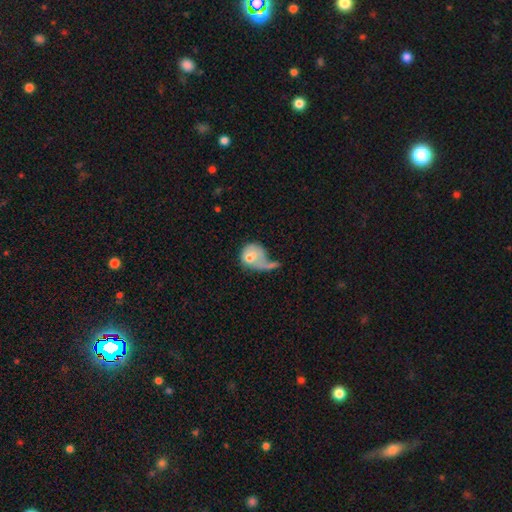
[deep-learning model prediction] A smooth galaxy with no disk features (49%). Merging: major disturbance (46%).